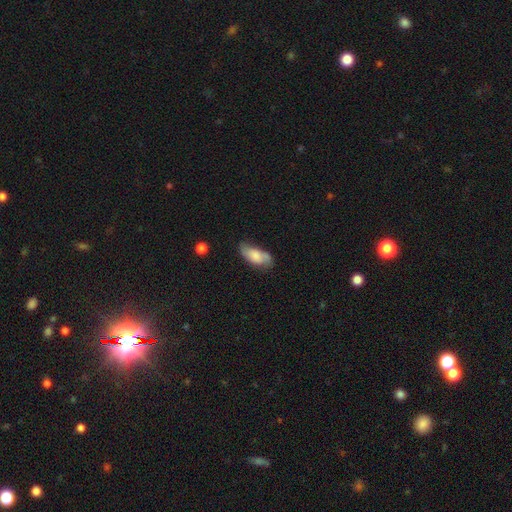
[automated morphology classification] Overall: smooth (65%; featured or disk 28%). How rounded: in between (86%). Merging: none (54%; minor disturbance 32%).